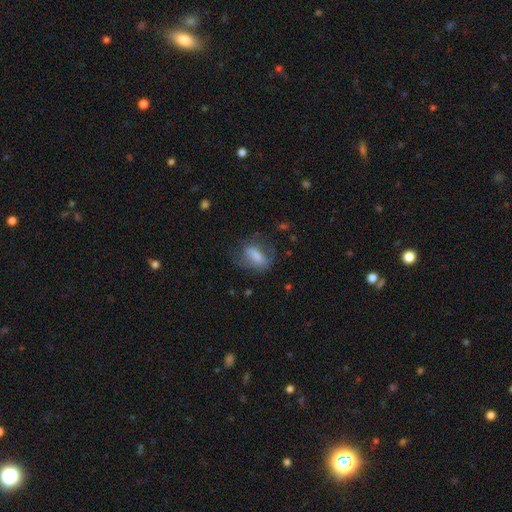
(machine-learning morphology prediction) Smooth or featured?
  - smooth: 55% *
  - featured or disk: 35%
  - star or artifact: 11%
How rounded?
  - in between: 75% *
  - round: 14%
  - cigar-shaped: 11%
Merging?
  - none: 57% *
  - minor disturbance: 23%
  - major disturbance: 18%
  - merger: 2%